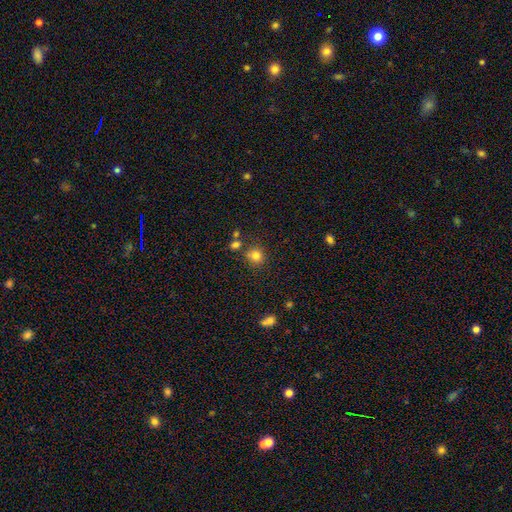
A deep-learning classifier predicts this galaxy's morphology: smooth-or-featured: smooth: 80% | star or artifact: 13% | featured or disk: 7%
  how-rounded: round: 88% | in between: 11% | cigar-shaped: 1%
  merging: none: 73% | merger: 12% | minor disturbance: 11% | major disturbance: 4%